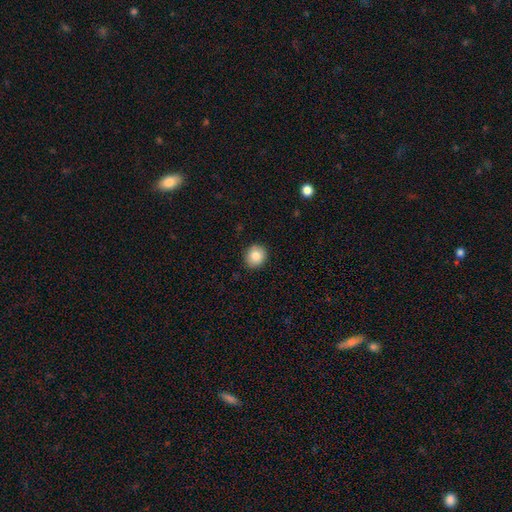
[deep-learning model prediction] A smooth galaxy with no disk features (84%) that is round (82%). Merging: none (90%).